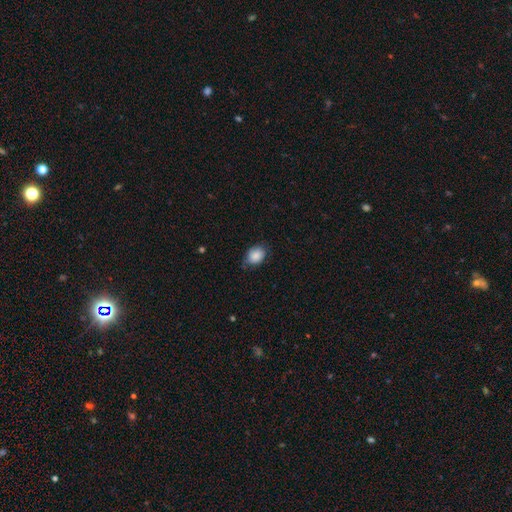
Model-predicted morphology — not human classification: Q: Smooth or featured?
A: smooth (86%); runner-up: star or artifact (8%)
Q: How rounded?
A: in between (63%); runner-up: round (36%)
Q: Merging?
A: none (69%); runner-up: minor disturbance (25%)